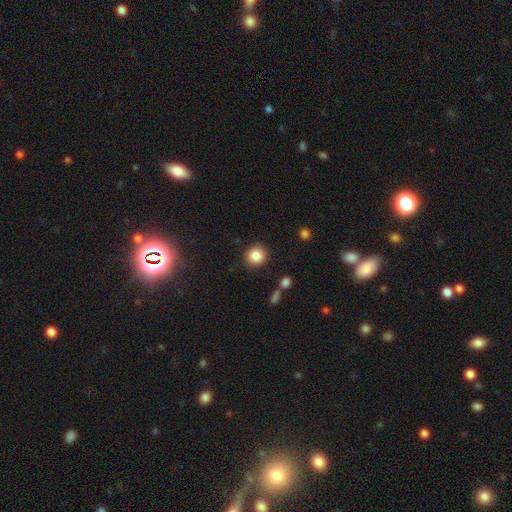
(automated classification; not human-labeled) Overall: smooth (86%). How rounded: round (88%). Merging: none (87%).